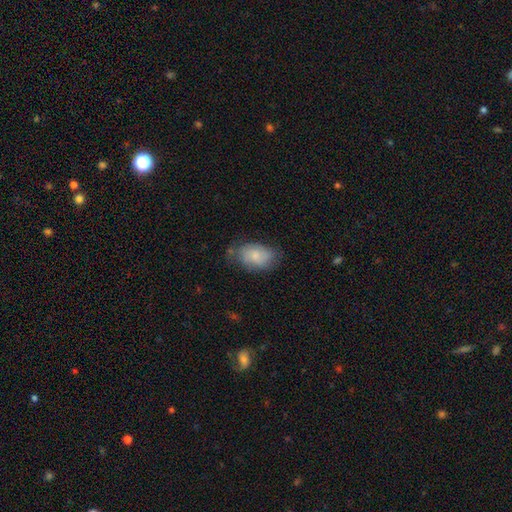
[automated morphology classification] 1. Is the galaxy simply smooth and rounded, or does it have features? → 66% smooth, 27% featured or disk, 7% star or artifact.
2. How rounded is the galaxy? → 87% in between, 12% round, 1% cigar-shaped.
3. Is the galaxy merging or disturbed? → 60% none, 29% minor disturbance, 9% major disturbance, 2% merger.